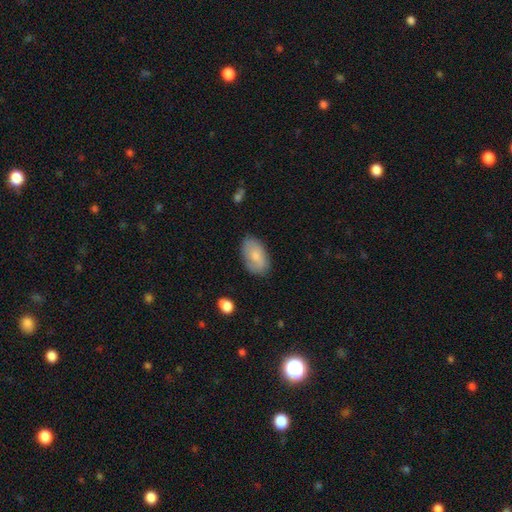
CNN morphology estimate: smooth-or-featured: smooth: 74% | featured or disk: 20% | star or artifact: 6%
  how-rounded: in between: 93% | round: 5% | cigar-shaped: 1%
  merging: none: 75% | minor disturbance: 19% | major disturbance: 4% | merger: 1%